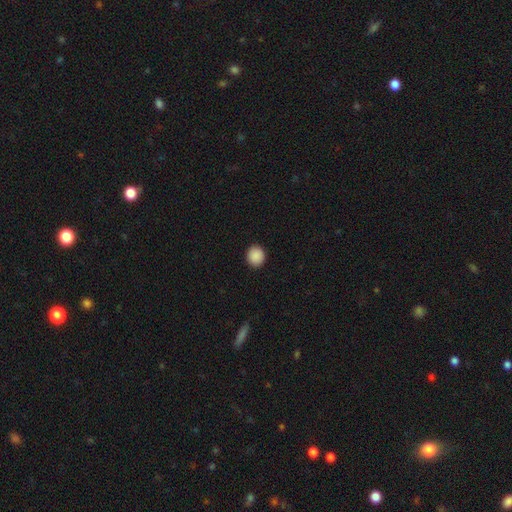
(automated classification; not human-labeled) Smooth or featured? Predicted: smooth (p=0.90). How rounded? Predicted: round (p=0.85). Merging? Predicted: none (p=0.92).